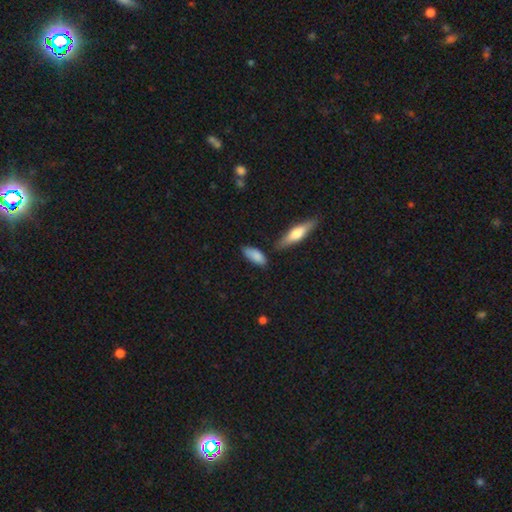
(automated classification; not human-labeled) This is clearly a smooth galaxy (85%). How rounded: likely in between (78%). Merging: likely none (71%).